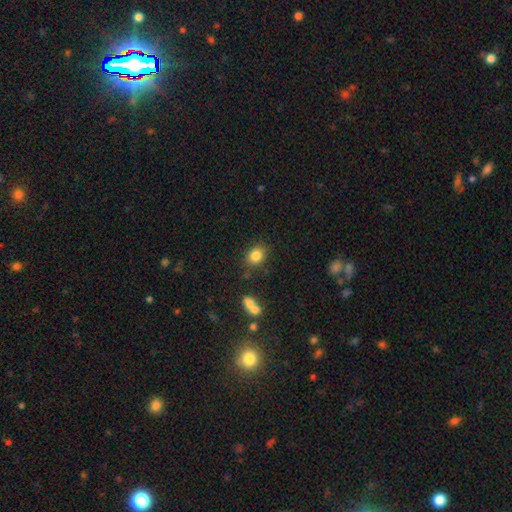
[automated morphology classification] smooth 84%, star or artifact 10%, featured or disk 6%. Down the decision tree: how rounded — in between (58%); merging — none (81%).